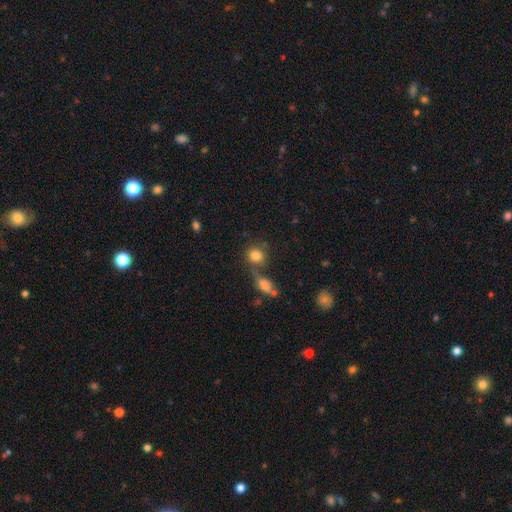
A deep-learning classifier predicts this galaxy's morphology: Overall: smooth (82%). How rounded: round (76%). Merging: none (54%; merger 28%).